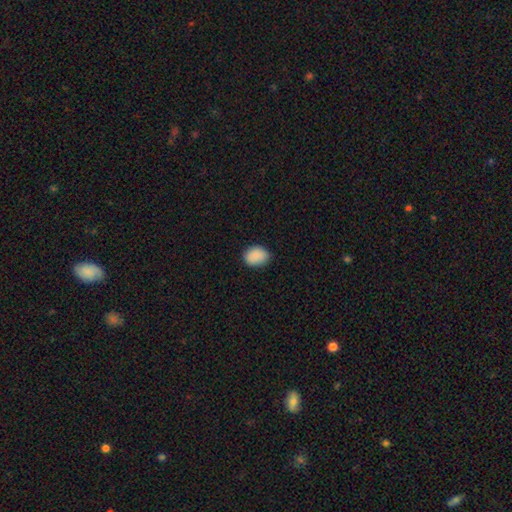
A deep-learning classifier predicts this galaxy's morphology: A smooth galaxy with no disk features (89%) that is in between round and cigar-shaped (62%).

Vote fractions:
- Smooth or featured? smooth: 89% / star or artifact: 8% / featured or disk: 3%
- How rounded? in between: 62% / round: 37% / cigar-shaped: 1%
- Merging? none: 82% / minor disturbance: 15% / major disturbance: 3% / merger: 1%